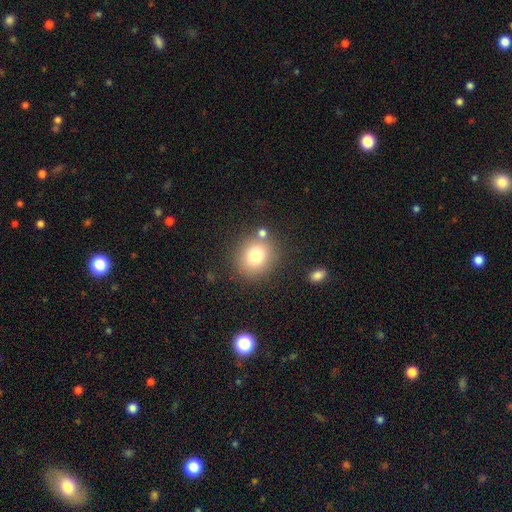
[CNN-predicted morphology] Smooth or featured?
  - smooth: 77% *
  - star or artifact: 13%
  - featured or disk: 11%
How rounded?
  - round: 81% *
  - in between: 18%
  - cigar-shaped: 1%
Merging?
  - none: 78% *
  - minor disturbance: 10%
  - merger: 8%
  - major disturbance: 4%